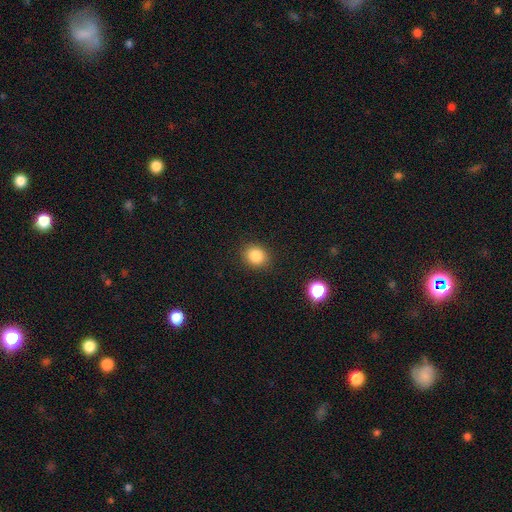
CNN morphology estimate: This appears to be a smooth galaxy with no disk features (84%) that is round (68%). Merging: none (89%).